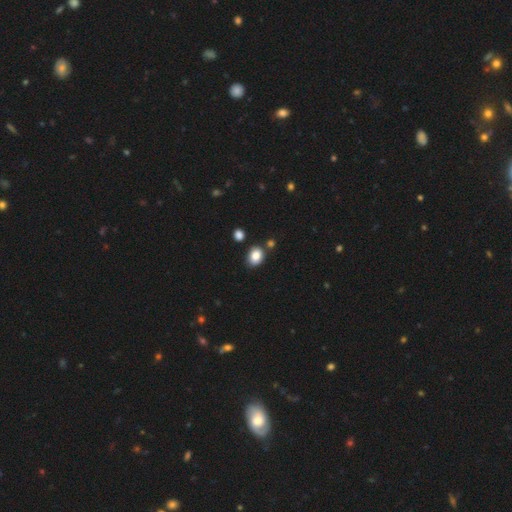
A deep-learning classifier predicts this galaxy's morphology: Smooth or featured? smooth (84%)
How rounded? in between (63%)
Merging? none (76%)